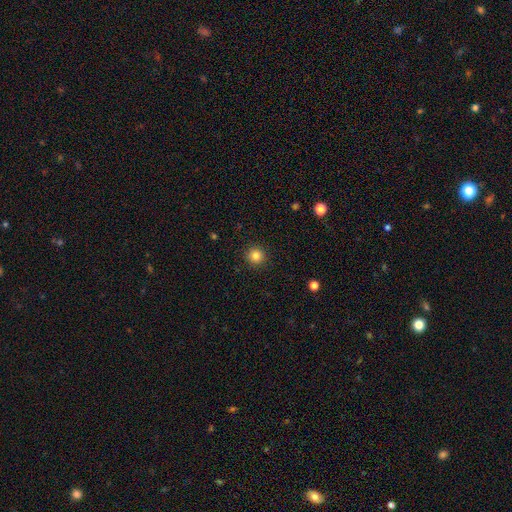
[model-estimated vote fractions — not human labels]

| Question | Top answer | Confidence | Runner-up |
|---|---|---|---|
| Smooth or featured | smooth | 83% | star or artifact (12%) |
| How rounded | round | 94% | in between (5%) |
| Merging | none | 92% | minor disturbance (5%) |